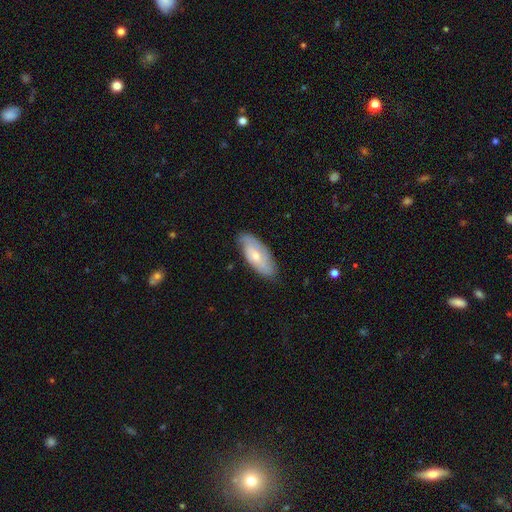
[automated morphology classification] Overall: featured or disk (55%; smooth 39%). Edge-on disk: no (86%). Merging: none (76%).